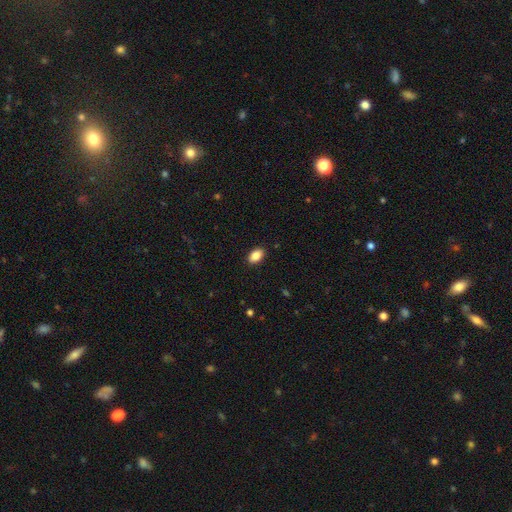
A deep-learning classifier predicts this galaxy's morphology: The model was most divided on "smooth or featured": smooth: 87%, star or artifact: 8%, featured or disk: 5%. More confident: how rounded — in between (91%); merging — none (89%).